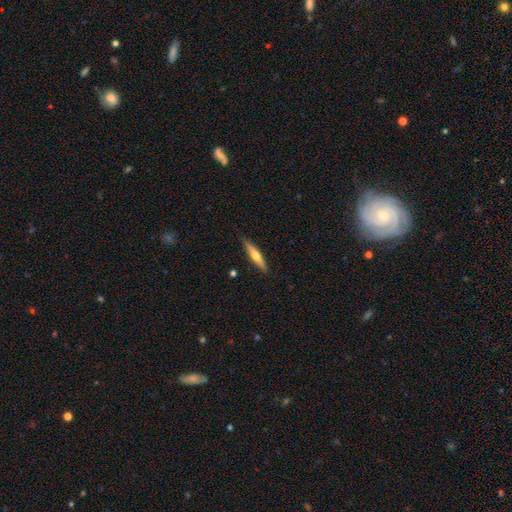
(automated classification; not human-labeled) smooth_or_featured: featured or disk (p=0.49) [alt: smooth p=0.46]
merging: none (p=0.87) [alt: minor disturbance p=0.10]